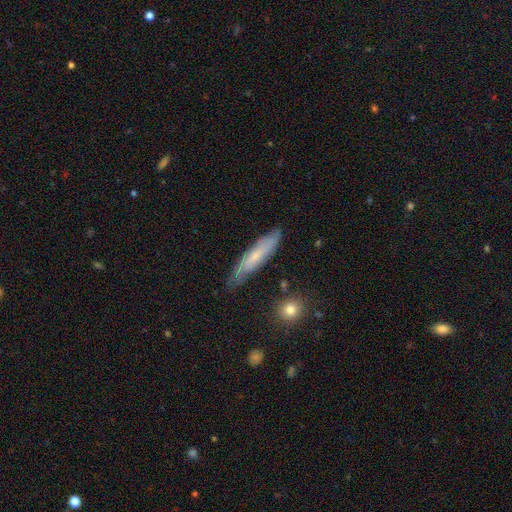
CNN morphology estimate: type=smooth (50%); merging=none (74%).